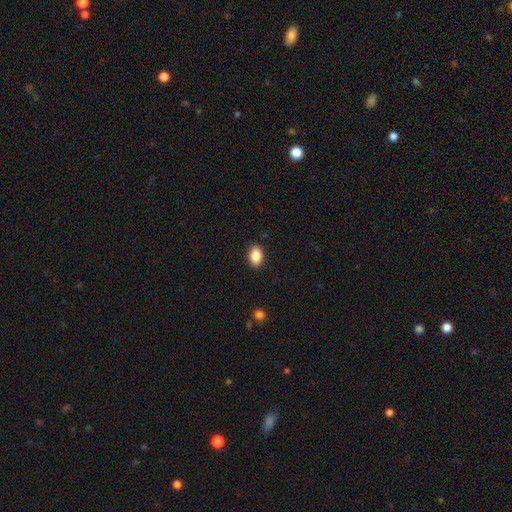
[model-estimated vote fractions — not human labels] A smooth galaxy with no disk features (87%) that is in between round and cigar-shaped (85%). Merging: none (89%).